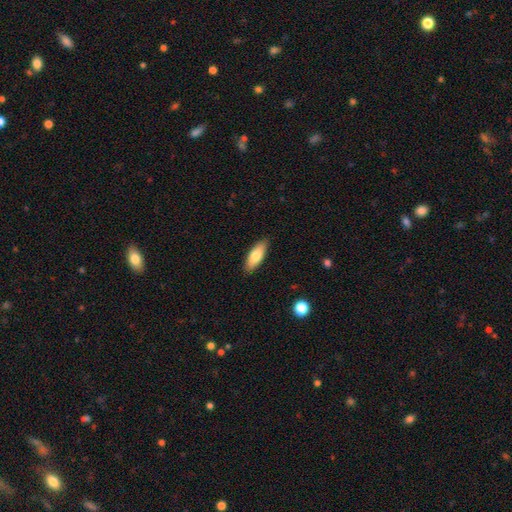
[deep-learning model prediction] smooth_or_featured: smooth (p=0.76) [alt: featured or disk p=0.18]
how_rounded: in between (p=0.69) [alt: cigar-shaped p=0.29]
merging: none (p=0.87) [alt: minor disturbance p=0.10]